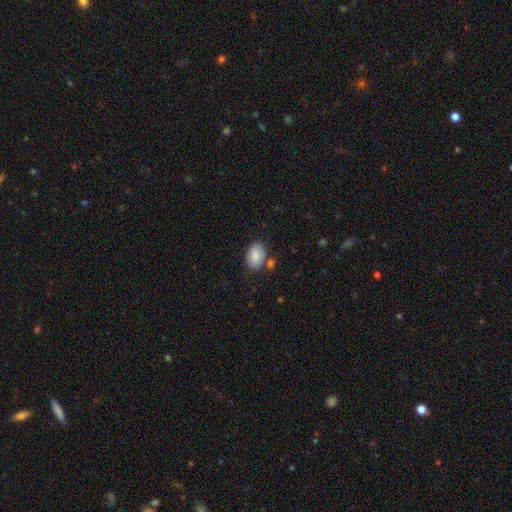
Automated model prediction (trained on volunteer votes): Overall: smooth (86%). How rounded: in between (86%). Merging: none (71%).